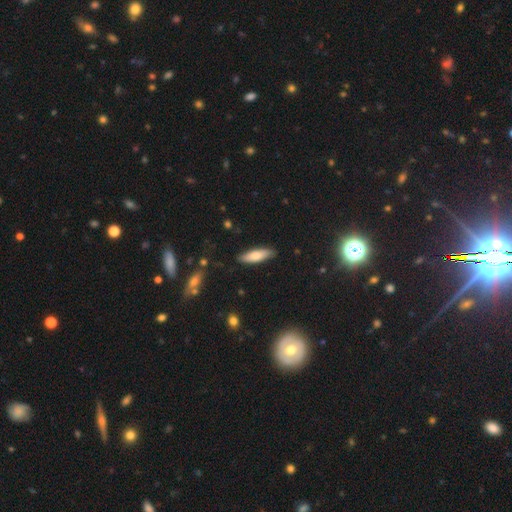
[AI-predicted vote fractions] This appears to be a smooth galaxy with no disk features (74%) that is cigar-shaped (54%). Merging: none (86%).